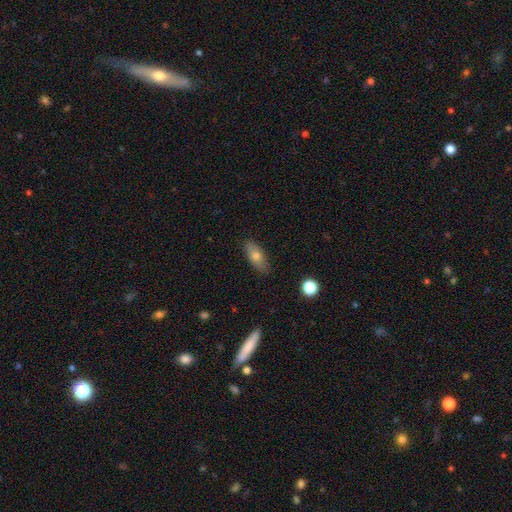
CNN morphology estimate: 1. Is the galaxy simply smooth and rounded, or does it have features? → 70% smooth, 22% featured or disk, 8% star or artifact.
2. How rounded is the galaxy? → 74% in between, 22% cigar-shaped, 4% round.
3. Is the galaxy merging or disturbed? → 85% none, 11% minor disturbance, 2% major disturbance, 1% merger.